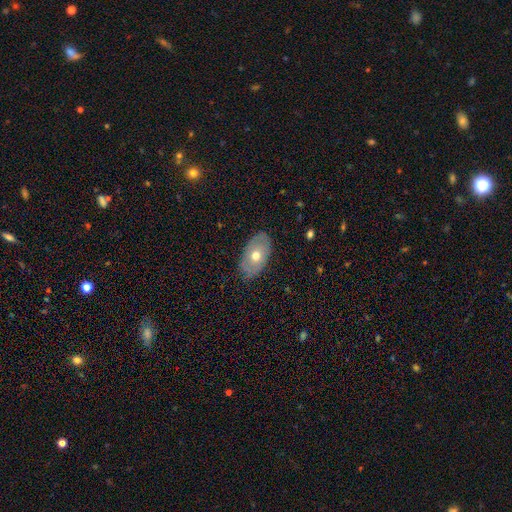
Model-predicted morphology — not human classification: The model was most divided on "smooth or featured": featured or disk: 51%, smooth: 43%, star or artifact: 6%. More confident: edge-on disk — no (87%); merging — none (83%).